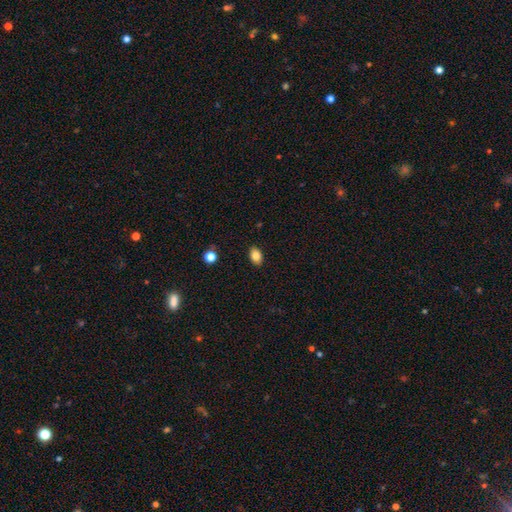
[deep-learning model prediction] Morphology: type=smooth (84%); roundness=in between (84%); merging=none (89%).